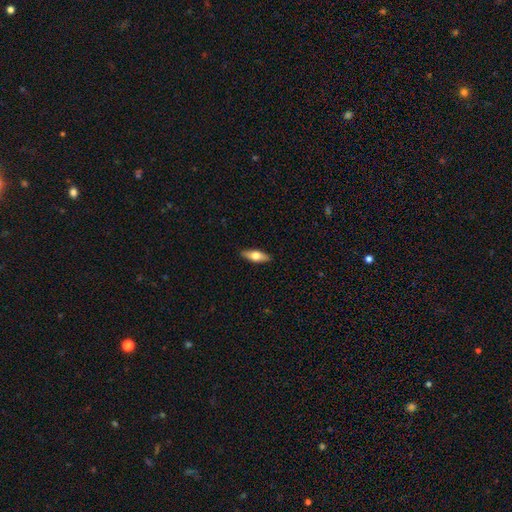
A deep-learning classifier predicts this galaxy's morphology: smooth-or-featured: smooth: 60% | featured or disk: 35% | star or artifact: 6%
  how-rounded: in between: 64% | cigar-shaped: 33% | round: 3%
  merging: none: 90% | minor disturbance: 8% | major disturbance: 2% | merger: 1%